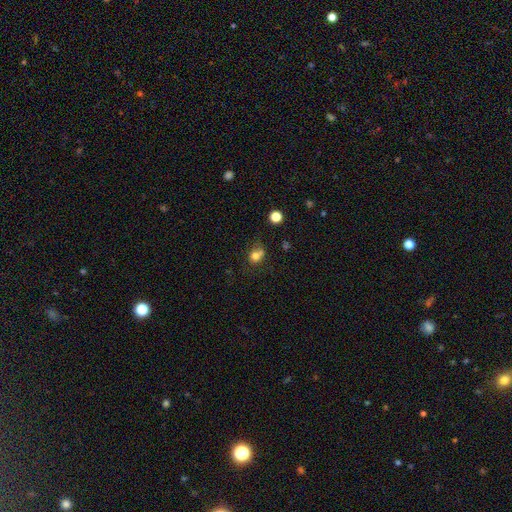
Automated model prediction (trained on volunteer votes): This is likely a smooth galaxy (75%). How rounded: likely round (68%). Merging: marginally none (42%).